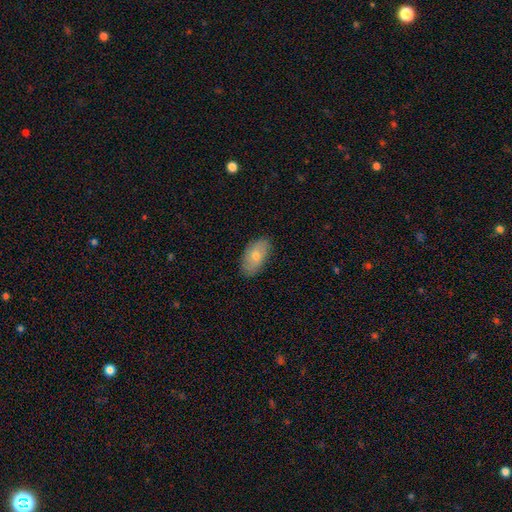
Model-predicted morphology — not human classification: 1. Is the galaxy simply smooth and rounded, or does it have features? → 67% smooth, 26% featured or disk, 7% star or artifact.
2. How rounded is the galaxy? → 93% in between, 4% round, 4% cigar-shaped.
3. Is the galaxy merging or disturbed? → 85% none, 12% minor disturbance, 2% major disturbance, 1% merger.